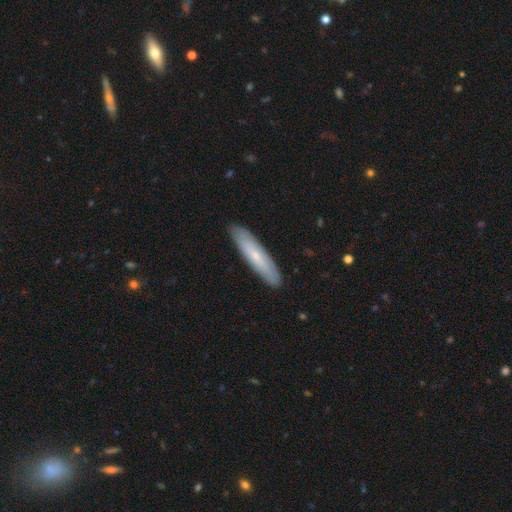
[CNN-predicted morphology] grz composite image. It shows a smooth galaxy with no disk features (55%) that is cigar-shaped (80%). Merging: none (89%).